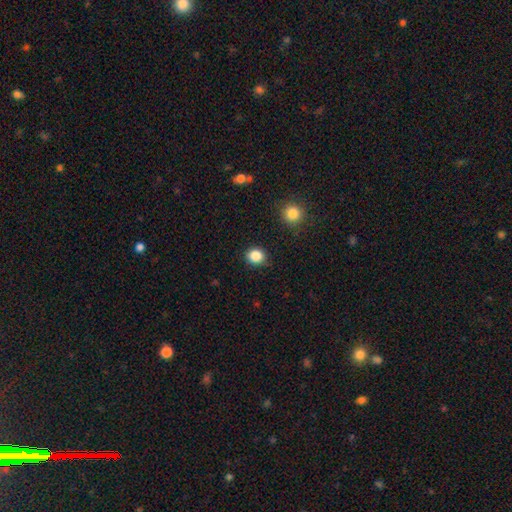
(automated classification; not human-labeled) This is clearly a smooth galaxy (85%). How rounded: clearly round (80%). Merging: clearly none (87%).